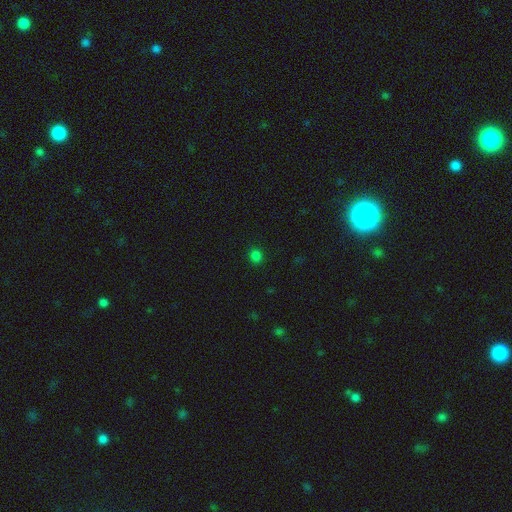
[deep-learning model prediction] Smooth or featured? Predicted: smooth (p=0.81). How rounded? Predicted: round (p=0.80). Merging? Predicted: none (p=0.91).